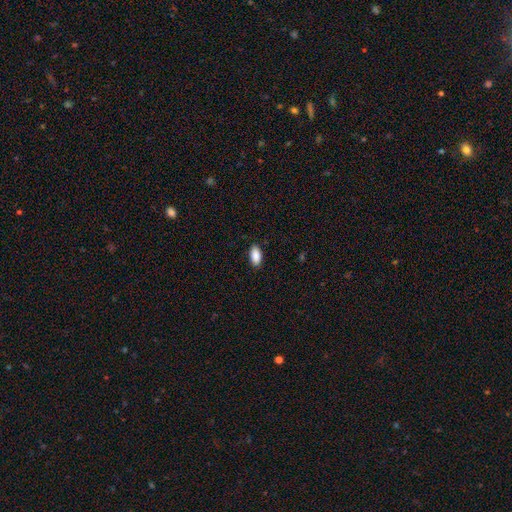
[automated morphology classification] smooth-or-featured: smooth: 89% | star or artifact: 7% | featured or disk: 4%
  how-rounded: in between: 92% | cigar-shaped: 6% | round: 2%
  merging: none: 88% | minor disturbance: 9% | major disturbance: 2% | merger: 1%